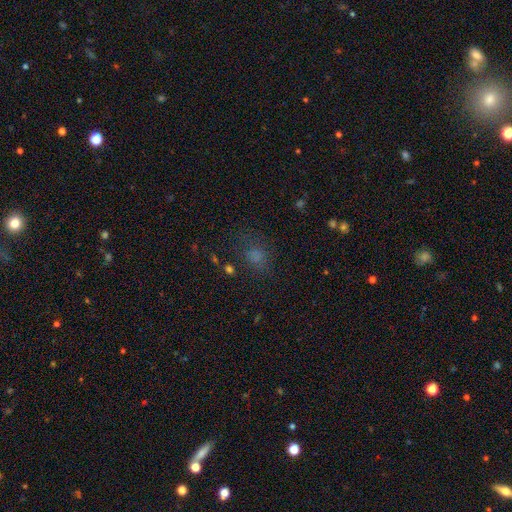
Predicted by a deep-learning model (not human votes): This is likely a smooth galaxy (67%). How rounded: likely round (60%). Merging: likely none (66%).